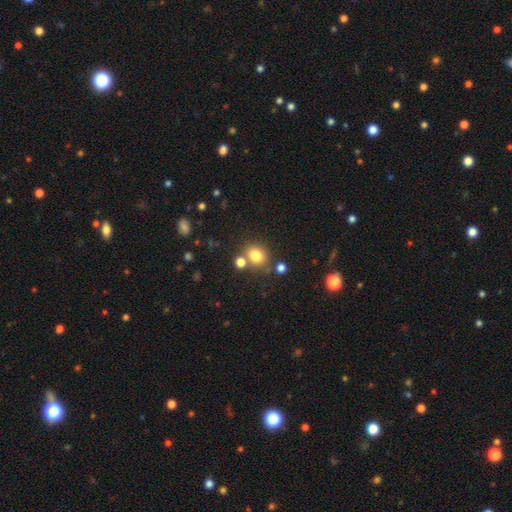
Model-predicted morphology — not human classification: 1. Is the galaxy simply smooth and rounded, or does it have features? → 79% smooth, 13% star or artifact, 8% featured or disk.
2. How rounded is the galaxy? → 64% round, 35% in between, 1% cigar-shaped.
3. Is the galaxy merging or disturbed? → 68% none, 18% merger, 11% minor disturbance, 4% major disturbance.